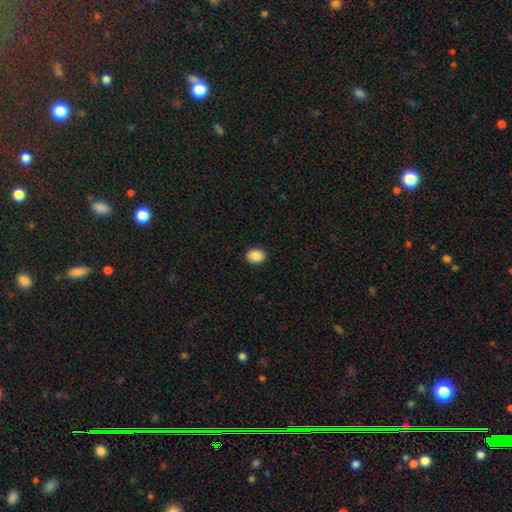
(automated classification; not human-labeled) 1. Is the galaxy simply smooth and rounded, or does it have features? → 89% smooth, 8% star or artifact, 3% featured or disk.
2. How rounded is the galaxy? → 54% in between, 45% round, 1% cigar-shaped.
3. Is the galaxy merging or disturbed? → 90% none, 7% minor disturbance, 2% major disturbance, 1% merger.